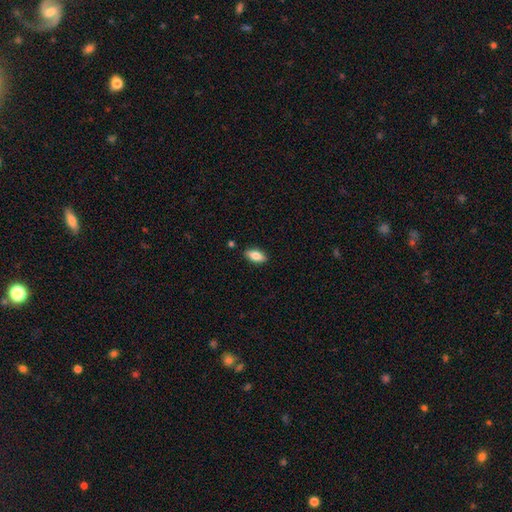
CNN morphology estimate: Smooth or featured?
  - smooth: 79% *
  - featured or disk: 14%
  - star or artifact: 7%
How rounded?
  - in between: 88% *
  - cigar-shaped: 9%
  - round: 3%
Merging?
  - none: 87% *
  - minor disturbance: 9%
  - major disturbance: 2%
  - merger: 2%